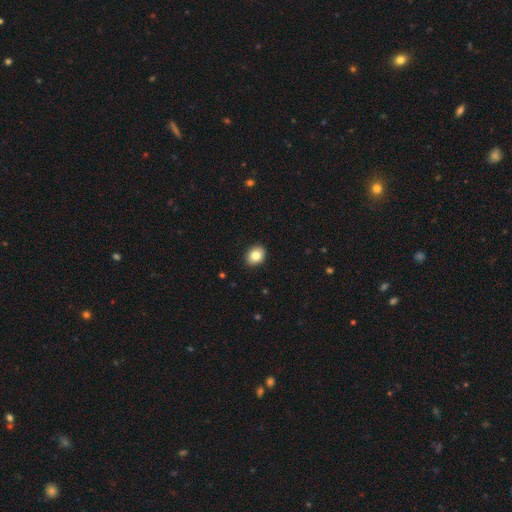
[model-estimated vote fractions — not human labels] Smooth or featured? Predicted: smooth (p=0.83). How rounded? Predicted: in between (p=0.57). Merging? Predicted: none (p=0.91).